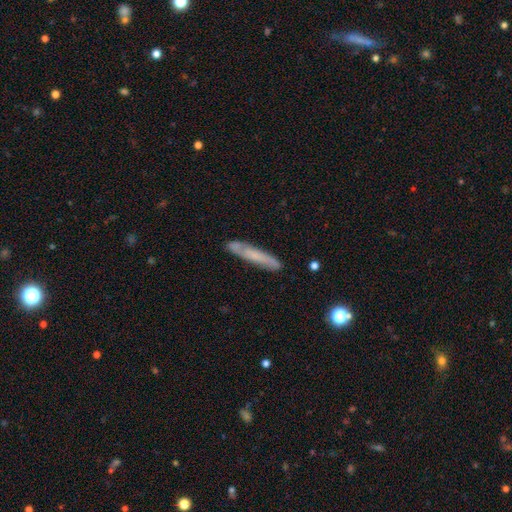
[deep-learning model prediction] A smooth galaxy with no disk features (53%) that is cigar-shaped (91%).

Vote fractions:
- Smooth or featured? smooth: 53% / featured or disk: 40% / star or artifact: 7%
- How rounded? cigar-shaped: 91% / in between: 7% / round: 2%
- Merging? none: 79% / minor disturbance: 15% / major disturbance: 3% / merger: 3%